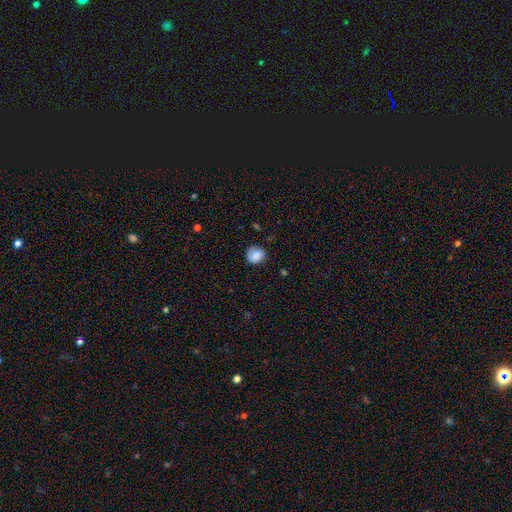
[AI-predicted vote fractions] smooth-or-featured: smooth: 76% | featured or disk: 16% | star or artifact: 8%
  how-rounded: round: 81% | in between: 18% | cigar-shaped: 1%
  merging: none: 75% | minor disturbance: 18% | major disturbance: 5% | merger: 1%